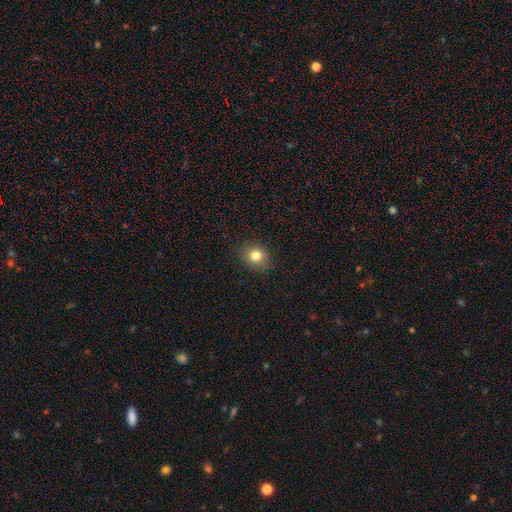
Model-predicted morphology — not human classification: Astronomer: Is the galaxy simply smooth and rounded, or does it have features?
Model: smooth — 81%.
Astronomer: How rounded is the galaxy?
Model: round — 60% (runner-up: in between, 39%).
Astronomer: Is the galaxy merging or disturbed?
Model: none — 87%.